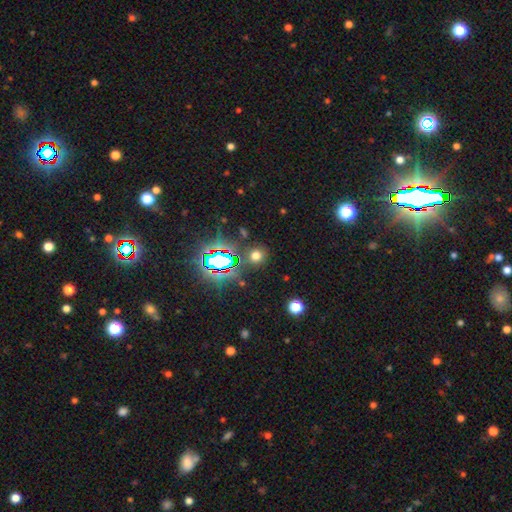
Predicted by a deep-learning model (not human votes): Smooth or featured? Predicted: smooth (p=0.60). How rounded? Predicted: round (p=0.82). Merging? Predicted: none (p=0.85).